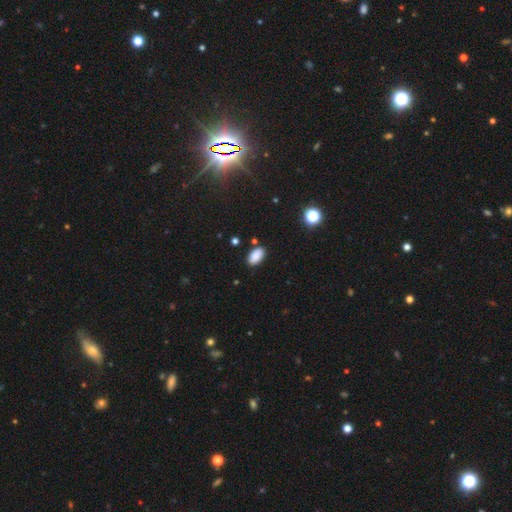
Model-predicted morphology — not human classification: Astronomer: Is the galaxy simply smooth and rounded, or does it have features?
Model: smooth — 87%.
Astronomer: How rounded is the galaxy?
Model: in between — 93%.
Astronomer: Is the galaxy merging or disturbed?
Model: none — 83%.